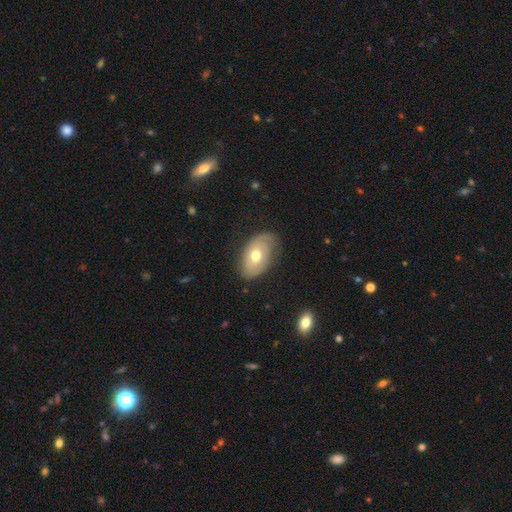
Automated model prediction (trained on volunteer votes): The model was most divided on "smooth or featured": smooth: 58%, featured or disk: 36%, star or artifact: 7%. More confident: how rounded — in between (90%); merging — none (69%).